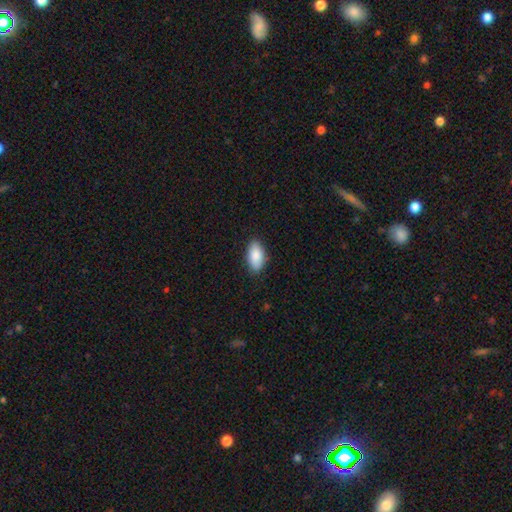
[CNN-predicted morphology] smooth-or-featured: smooth: 87% | featured or disk: 7% | star or artifact: 6%
  how-rounded: in between: 94% | cigar-shaped: 3% | round: 3%
  merging: none: 86% | minor disturbance: 11% | major disturbance: 2% | merger: 1%